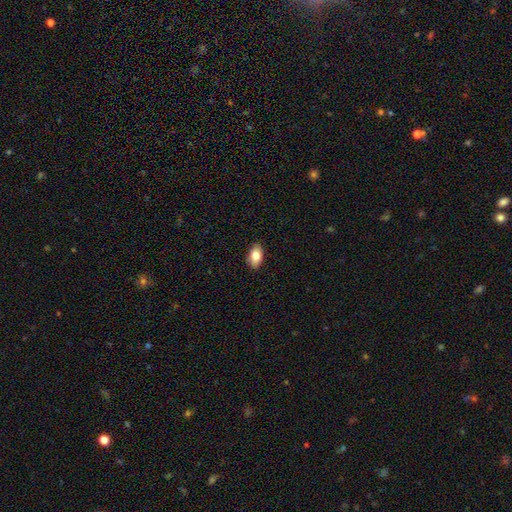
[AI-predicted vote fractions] smooth 82%, featured or disk 11%, star or artifact 7%. Down the decision tree: how rounded — in between (91%); merging — none (89%).